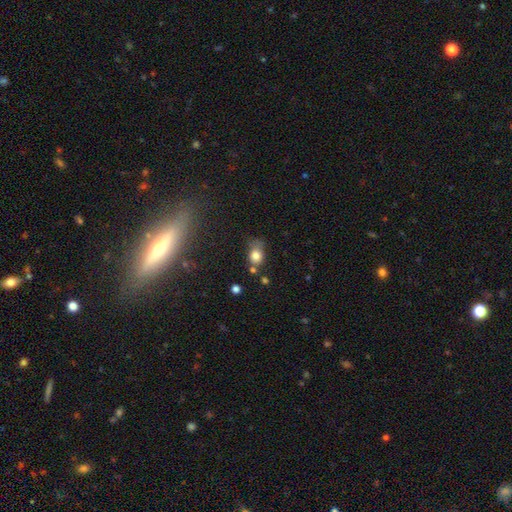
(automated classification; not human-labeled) smooth 78%, star or artifact 12%, featured or disk 10%. Down the decision tree: how rounded — in between (49%, tied with round); merging — none (45%).